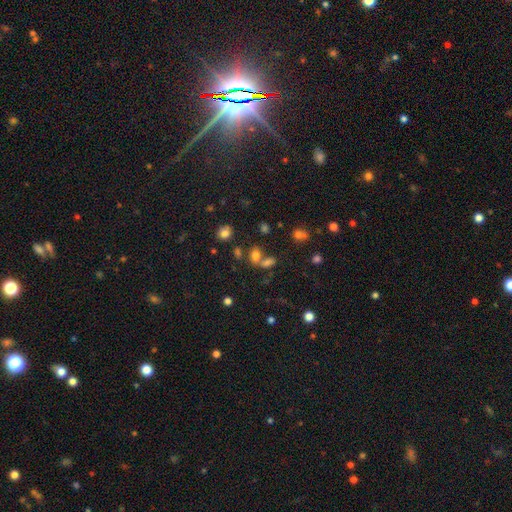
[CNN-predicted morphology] smooth_or_featured: smooth (p=0.72) [alt: star or artifact p=0.18]
how_rounded: in between (p=0.76) [alt: round p=0.21]
merging: none (p=0.43) [alt: merger p=0.42]